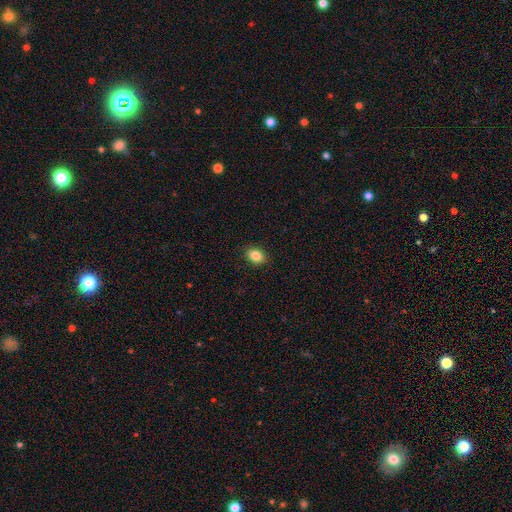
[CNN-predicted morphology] Q: Smooth or featured?
A: smooth (85%); runner-up: star or artifact (9%)
Q: How rounded?
A: in between (72%); runner-up: round (27%)
Q: Merging?
A: none (89%); runner-up: minor disturbance (8%)